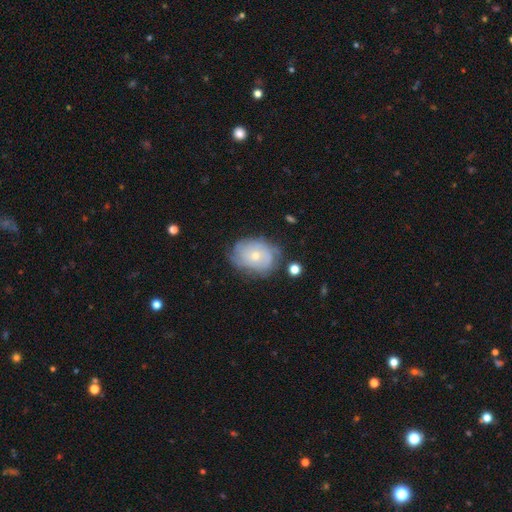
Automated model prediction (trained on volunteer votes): Morphology: type=featured or disk (64%); edge-on=no (96%); bar=no (85%); spiral arms=yes (79%); bulge=small (64%); merging=none (66%).